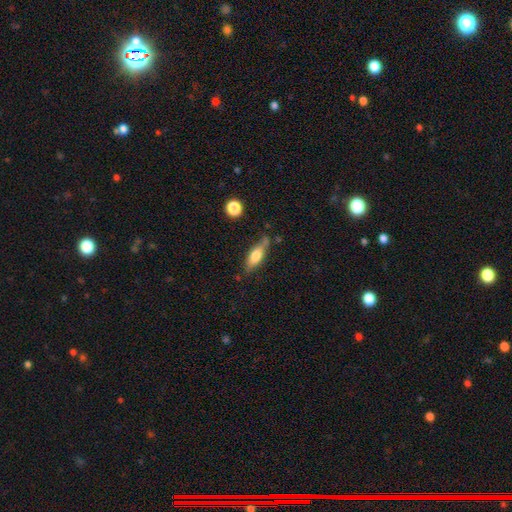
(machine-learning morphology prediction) smooth 64%, featured or disk 29%, star or artifact 7%. Down the decision tree: how rounded — in between (53%); merging — none (66%).